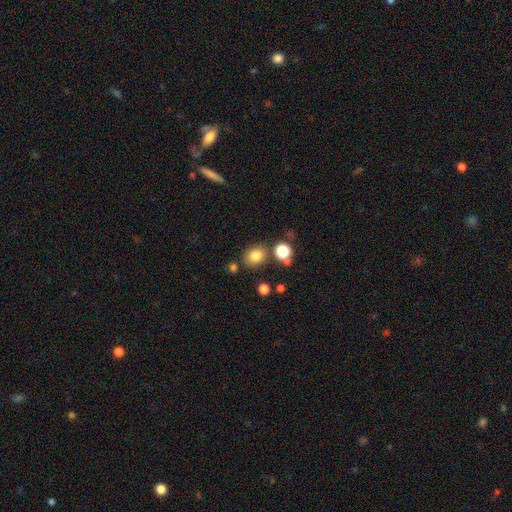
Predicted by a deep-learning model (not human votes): This is clearly a smooth galaxy (80%). How rounded: likely round (65%). Merging: likely none (78%).